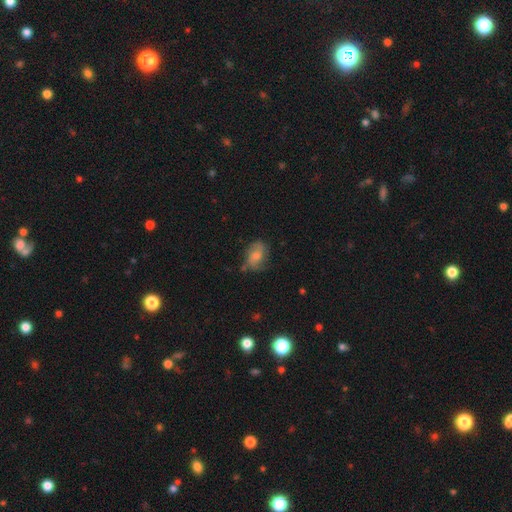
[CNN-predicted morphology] smooth-or-featured: smooth: 65% | featured or disk: 26% | star or artifact: 9%
  how-rounded: in between: 77% | round: 21% | cigar-shaped: 2%
  merging: none: 55% | minor disturbance: 30% | major disturbance: 11% | merger: 4%